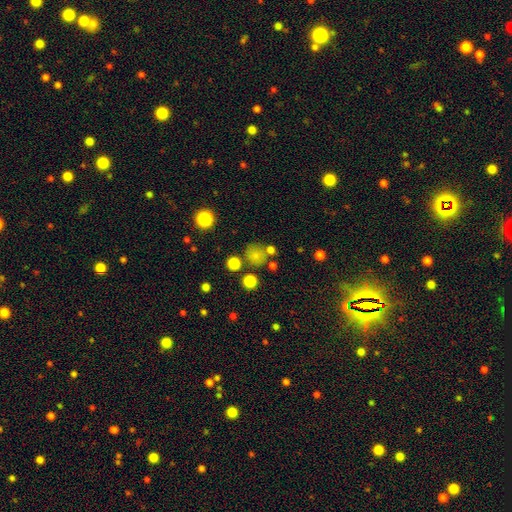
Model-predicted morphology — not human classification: A smooth galaxy with no disk features (73%) that is round (86%).

Vote fractions:
- Smooth or featured? smooth: 73% / star or artifact: 18% / featured or disk: 9%
- How rounded? round: 86% / in between: 13% / cigar-shaped: 1%
- Merging? none: 69% / merger: 14% / minor disturbance: 12% / major disturbance: 6%